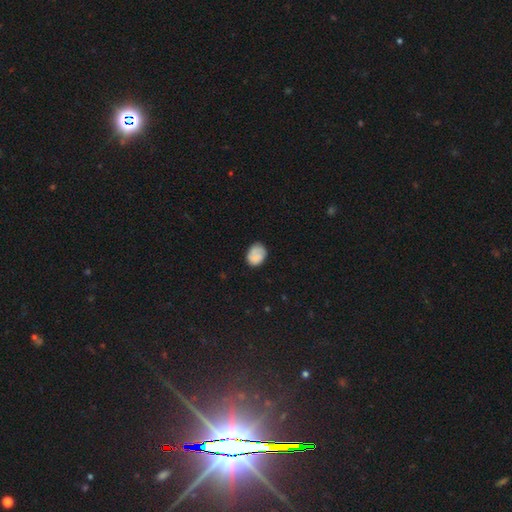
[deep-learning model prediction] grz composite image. It shows a smooth galaxy with no disk features (78%) that is in between round and cigar-shaped (59%). Merging: none (70%).